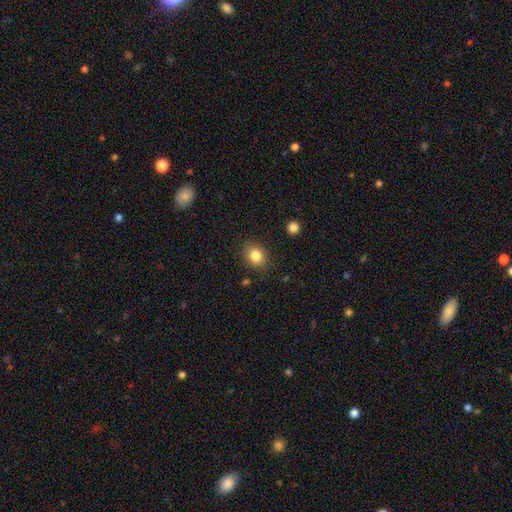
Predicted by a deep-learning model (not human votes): This is clearly a smooth galaxy (84%). How rounded: possibly round (60%). Merging: clearly none (86%).